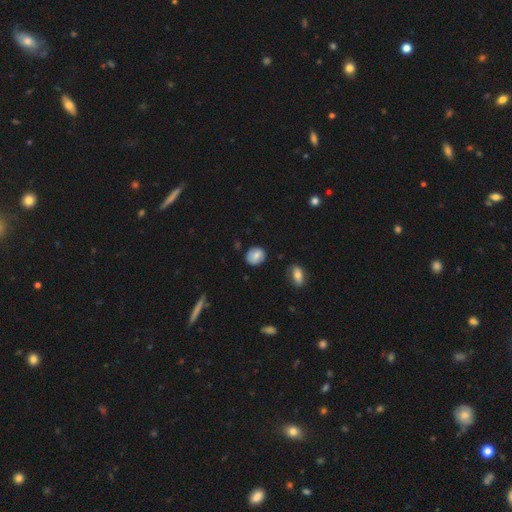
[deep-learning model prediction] smooth_or_featured: smooth (p=0.68) [alt: featured or disk p=0.24]
how_rounded: round (p=0.68) [alt: in between p=0.30]
merging: none (p=0.78) [alt: minor disturbance p=0.16]